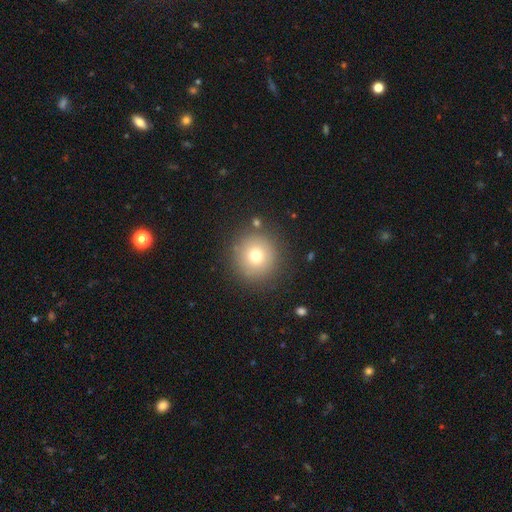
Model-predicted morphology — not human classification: A smooth galaxy with no disk features (72%) that is round (95%).

Vote fractions:
- Smooth or featured? smooth: 72% / star or artifact: 14% / featured or disk: 13%
- How rounded? round: 95% / in between: 4% / cigar-shaped: 1%
- Merging? none: 86% / minor disturbance: 8% / major disturbance: 3% / merger: 3%